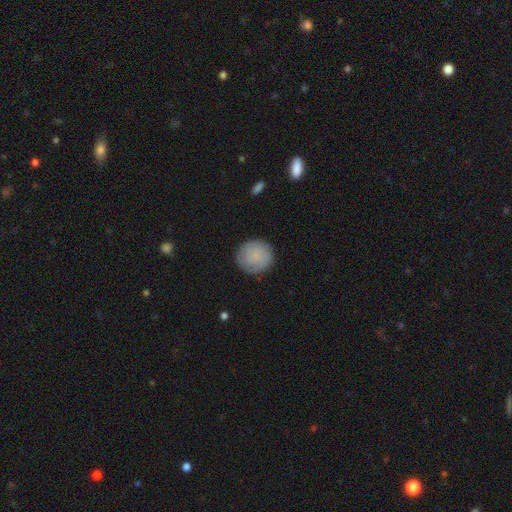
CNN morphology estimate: A smooth galaxy with no disk features (67%) that is round (91%). Merging: none (82%).